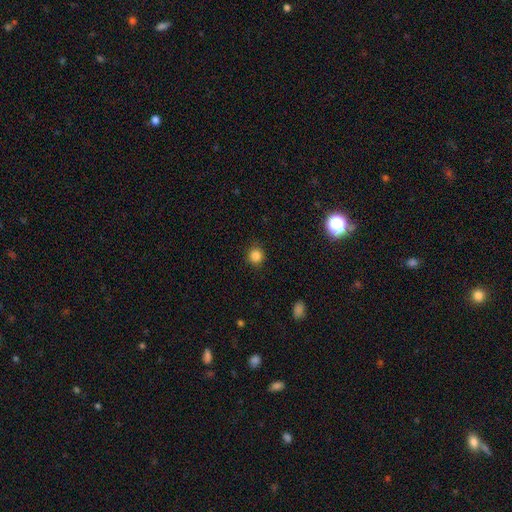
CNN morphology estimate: smooth_or_featured: smooth (p=0.85) [alt: star or artifact p=0.12]
how_rounded: round (p=0.92) [alt: in between p=0.07]
merging: none (p=0.89) [alt: minor disturbance p=0.07]